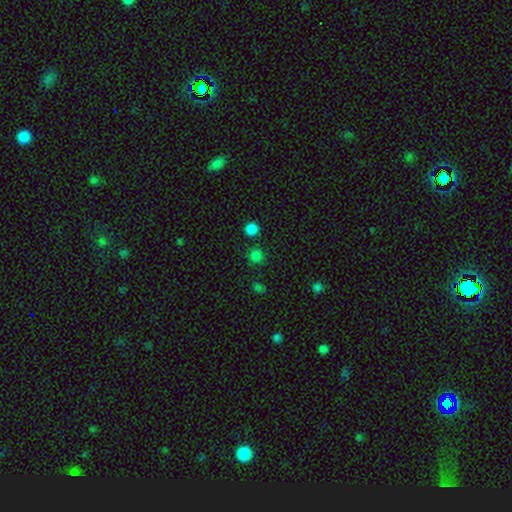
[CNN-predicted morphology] Smooth or featured?
  - smooth: 78% *
  - star or artifact: 18%
  - featured or disk: 4%
How rounded?
  - round: 91% *
  - in between: 8%
  - cigar-shaped: 1%
Merging?
  - none: 83% *
  - minor disturbance: 8%
  - merger: 6%
  - major disturbance: 3%